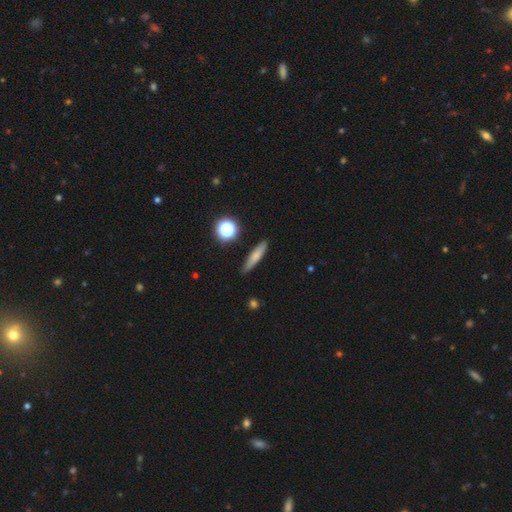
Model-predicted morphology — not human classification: A smooth galaxy with no disk features (70%) that is cigar-shaped (81%). Merging: none (86%).